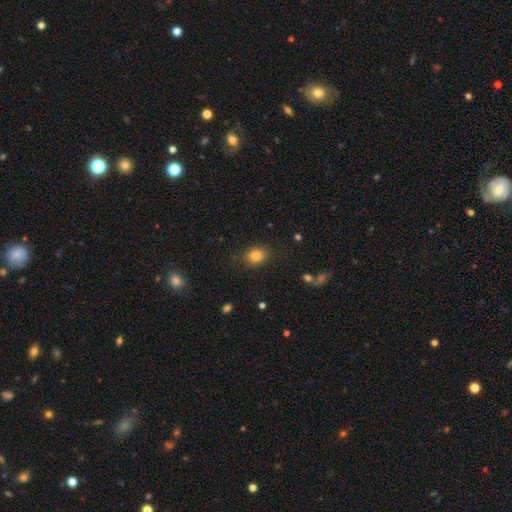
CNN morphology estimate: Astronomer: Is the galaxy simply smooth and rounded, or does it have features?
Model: smooth — 82%.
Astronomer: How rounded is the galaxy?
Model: in between — 50% (runner-up: round, 49%).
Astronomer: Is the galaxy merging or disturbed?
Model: none — 83%.